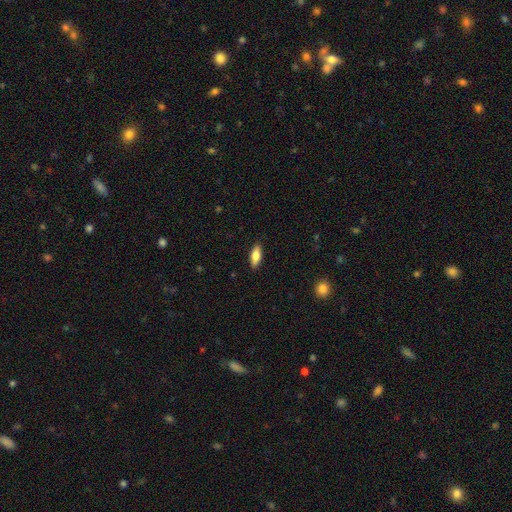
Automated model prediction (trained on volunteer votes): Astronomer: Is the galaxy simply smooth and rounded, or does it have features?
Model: smooth — 76%.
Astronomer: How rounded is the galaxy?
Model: in between — 67%.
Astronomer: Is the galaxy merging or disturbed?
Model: none — 89%.